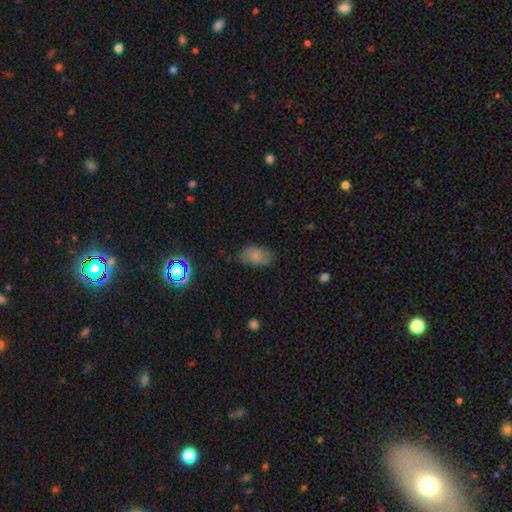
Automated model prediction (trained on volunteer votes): smooth-or-featured: smooth: 77% | featured or disk: 13% | star or artifact: 10%
  how-rounded: in between: 89% | round: 9% | cigar-shaped: 2%
  merging: none: 75% | minor disturbance: 19% | major disturbance: 4% | merger: 1%